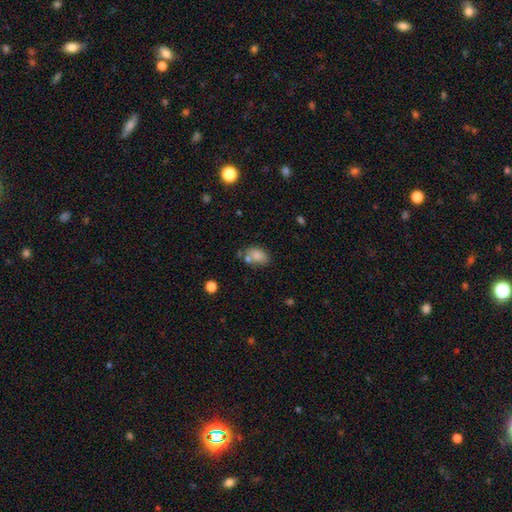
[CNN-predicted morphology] smooth 81%, star or artifact 10%, featured or disk 9%. Down the decision tree: how rounded — in between (86%); merging — none (56%).